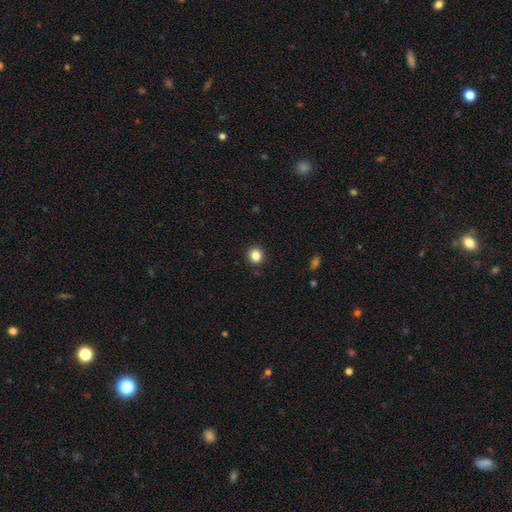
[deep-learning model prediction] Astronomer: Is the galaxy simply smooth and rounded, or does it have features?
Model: smooth — 84%.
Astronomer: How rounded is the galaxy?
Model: round — 82%.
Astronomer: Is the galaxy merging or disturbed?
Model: none — 91%.